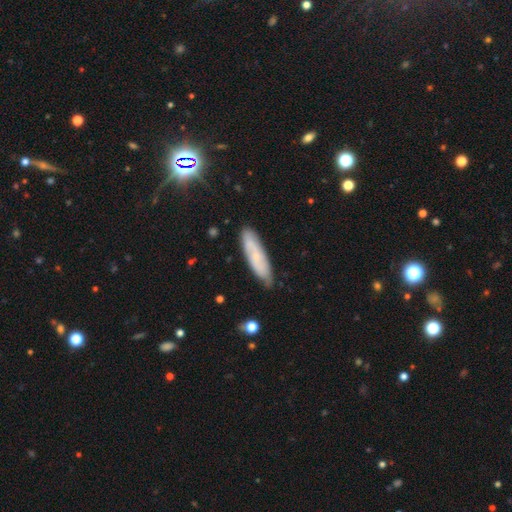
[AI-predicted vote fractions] Smooth or featured? Predicted: smooth (p=0.54). How rounded? Predicted: cigar-shaped (p=0.71). Merging? Predicted: none (p=0.78).